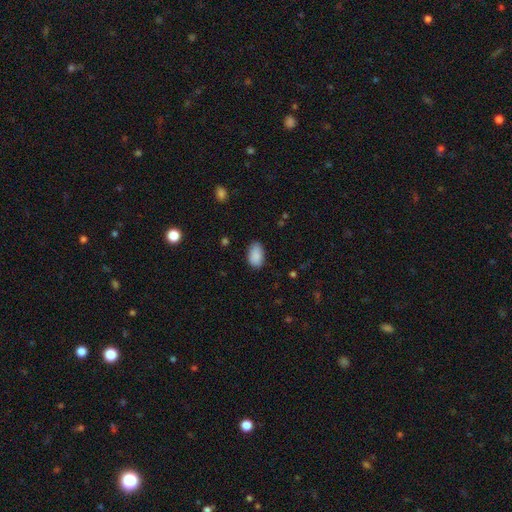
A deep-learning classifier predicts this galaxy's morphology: The model was most divided on "merging": none: 80%, minor disturbance: 16%, major disturbance: 3%, merger: 1%. More confident: how rounded — in between (93%); smooth or featured — smooth (90%).